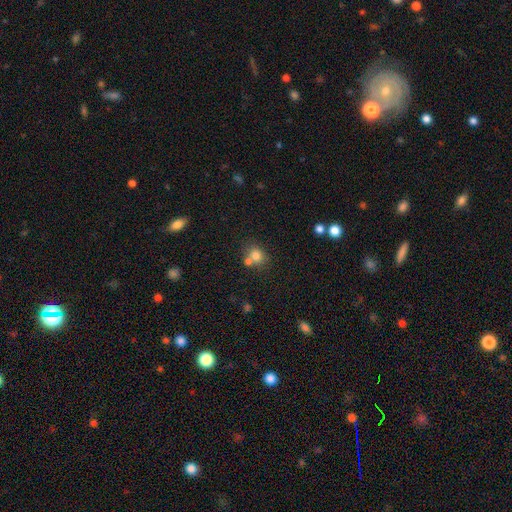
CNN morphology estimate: This is likely a smooth galaxy (77%). How rounded: likely round (70%). Merging: possibly none (55%).